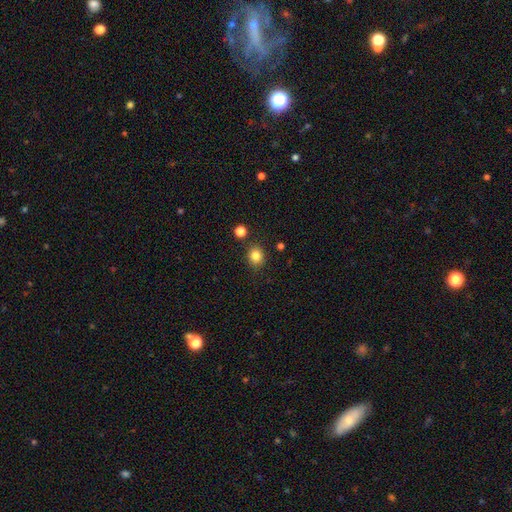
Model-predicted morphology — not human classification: A smooth galaxy with no disk features (83%) that is round (77%).

Vote fractions:
- Smooth or featured? smooth: 83% / star or artifact: 12% / featured or disk: 5%
- How rounded? round: 77% / in between: 22% / cigar-shaped: 1%
- Merging? none: 85% / minor disturbance: 9% / merger: 4% / major disturbance: 3%